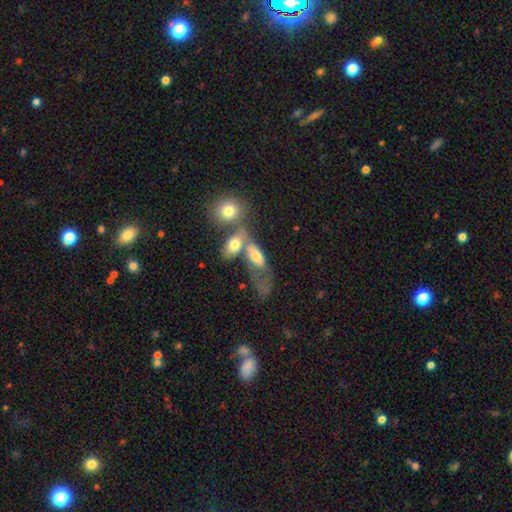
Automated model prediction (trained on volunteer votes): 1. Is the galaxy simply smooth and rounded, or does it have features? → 63% smooth, 27% featured or disk, 9% star or artifact.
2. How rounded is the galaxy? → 79% in between, 14% cigar-shaped, 7% round.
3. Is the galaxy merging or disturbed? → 50% merger, 25% none, 13% major disturbance, 12% minor disturbance.